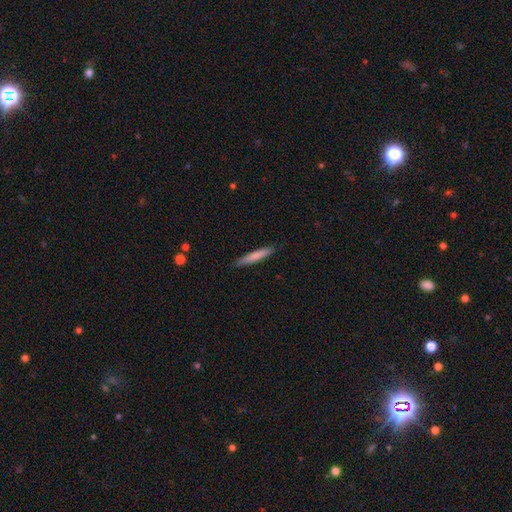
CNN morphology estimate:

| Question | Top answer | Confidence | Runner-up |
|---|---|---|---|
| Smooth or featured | smooth | 75% | featured or disk (20%) |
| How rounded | cigar-shaped | 94% | in between (5%) |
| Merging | none | 89% | minor disturbance (8%) |